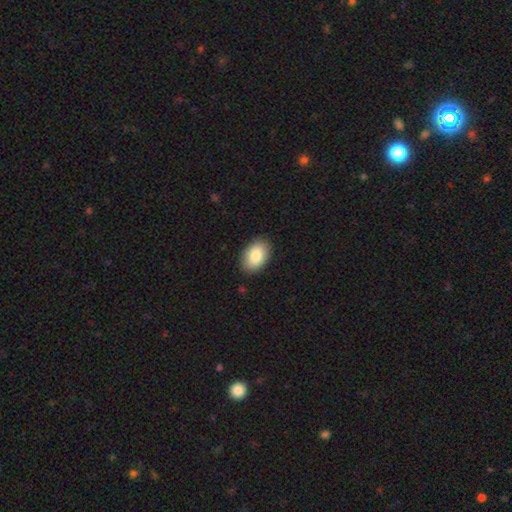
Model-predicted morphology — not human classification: This is clearly a smooth galaxy (85%). How rounded: clearly in between (88%). Merging: clearly none (88%).